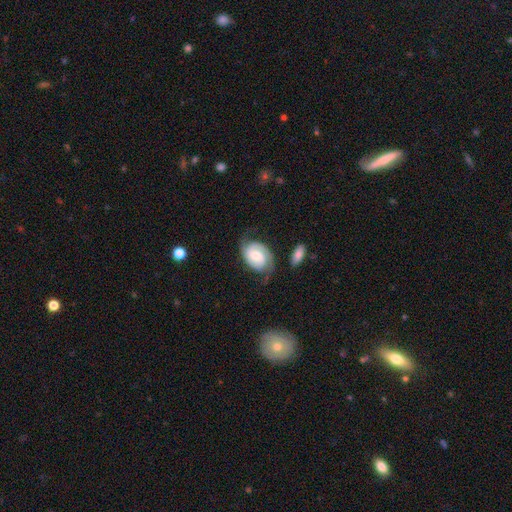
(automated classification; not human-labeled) Morphology: type=featured or disk (69%); edge-on=no (97%); bar=no (54%); spiral arms=yes (92%); winding=tight (44%); arm count=2 (76%); bulge=moderate (51%); merging=none (57%).